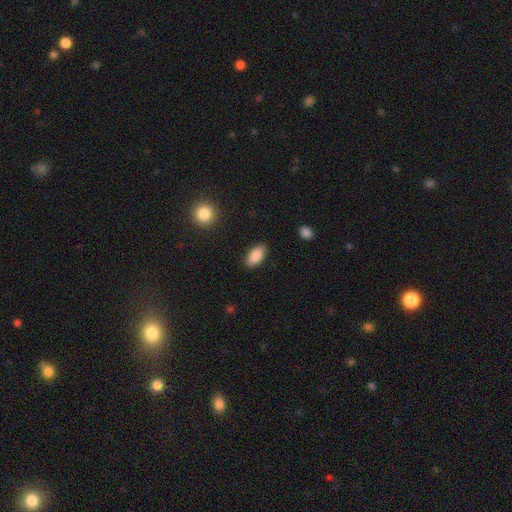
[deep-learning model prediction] A smooth galaxy with no disk features (89%) that is in between round and cigar-shaped (93%).

Vote fractions:
- Smooth or featured? smooth: 89% / star or artifact: 7% / featured or disk: 4%
- How rounded? in between: 93% / cigar-shaped: 4% / round: 3%
- Merging? none: 86% / minor disturbance: 10% / major disturbance: 2% / merger: 1%